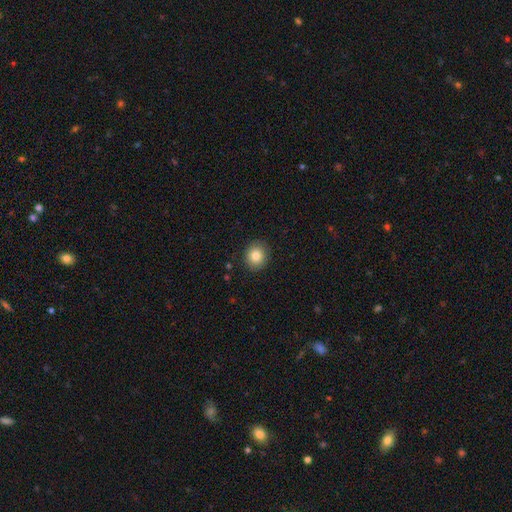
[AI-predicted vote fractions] Overall: smooth (83%). How rounded: round (81%). Merging: none (90%).